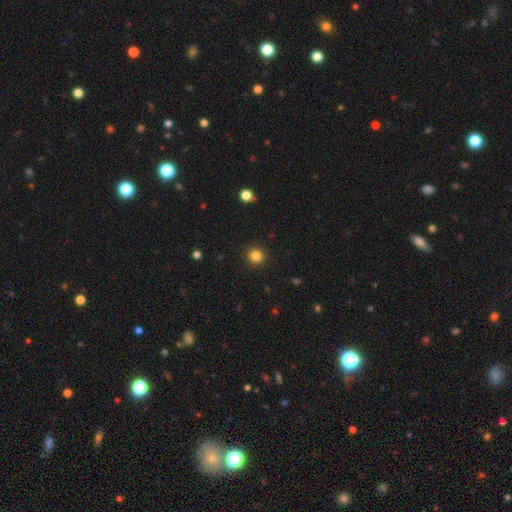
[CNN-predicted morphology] smooth_or_featured: smooth (p=0.84) [alt: star or artifact p=0.12]
how_rounded: round (p=0.94) [alt: in between p=0.05]
merging: none (p=0.92) [alt: minor disturbance p=0.05]